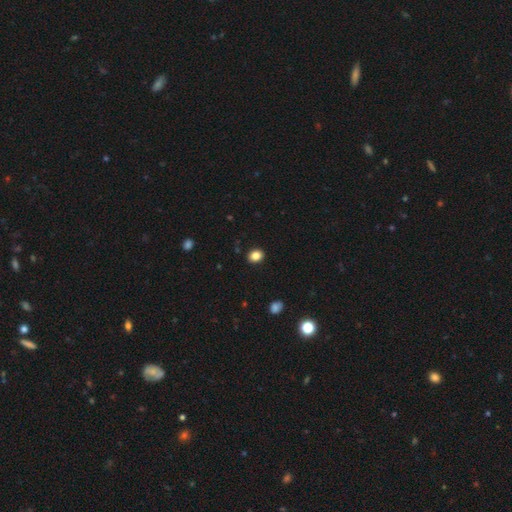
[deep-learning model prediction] Smooth or featured?
  - smooth: 85% *
  - star or artifact: 10%
  - featured or disk: 5%
How rounded?
  - round: 53% *
  - in between: 46%
  - cigar-shaped: 1%
Merging?
  - none: 90% *
  - minor disturbance: 7%
  - major disturbance: 2%
  - merger: 1%